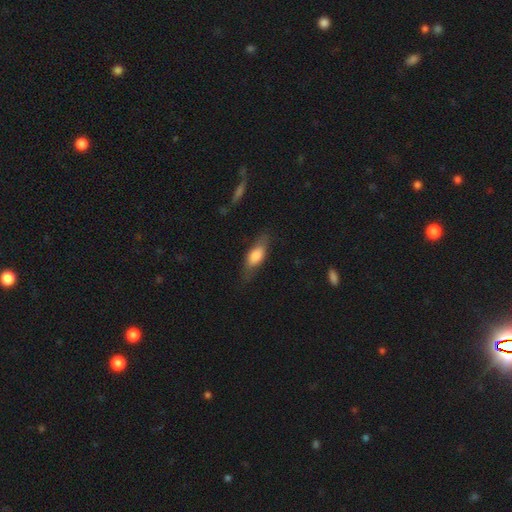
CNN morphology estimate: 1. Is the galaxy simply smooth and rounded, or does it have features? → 70% smooth, 24% featured or disk, 7% star or artifact.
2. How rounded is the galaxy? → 68% in between, 29% cigar-shaped, 3% round.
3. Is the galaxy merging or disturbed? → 72% none, 20% minor disturbance, 7% major disturbance, 2% merger.